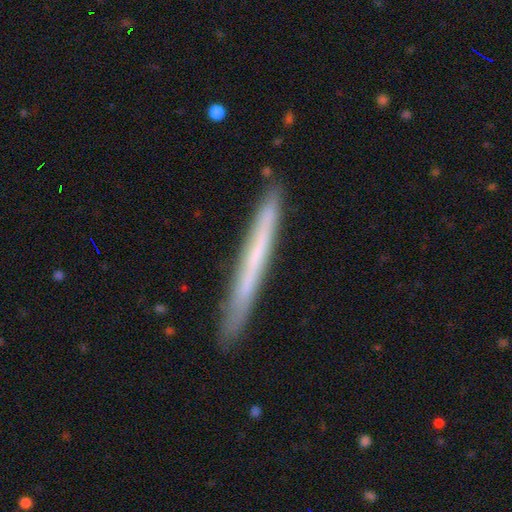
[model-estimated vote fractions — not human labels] Smooth or featured? featured or disk (47%, tied with smooth)
Merging? none (88%)